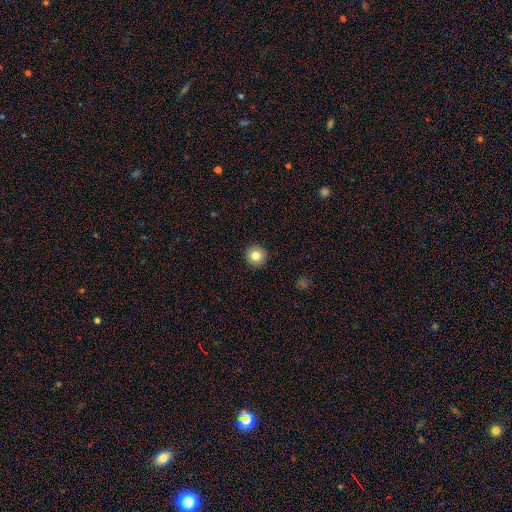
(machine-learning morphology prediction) Smooth or featured: smooth — 82% (star or artifact — 10%)
How rounded: round — 95% (in between — 4%)
Merging: none — 93% (minor disturbance — 5%)